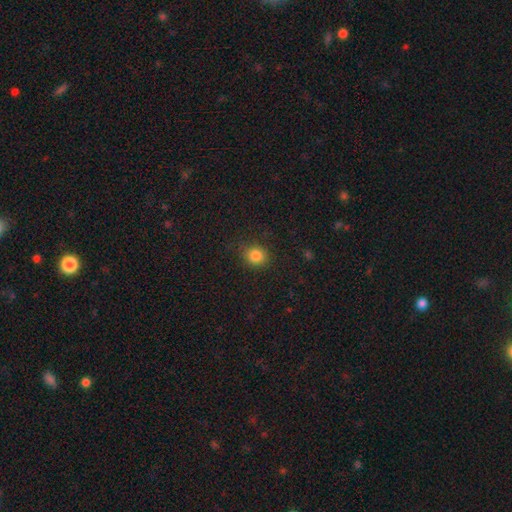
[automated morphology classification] Smooth or featured: smooth — 84% (star or artifact — 11%)
How rounded: round — 80% (in between — 19%)
Merging: none — 85% (minor disturbance — 11%)